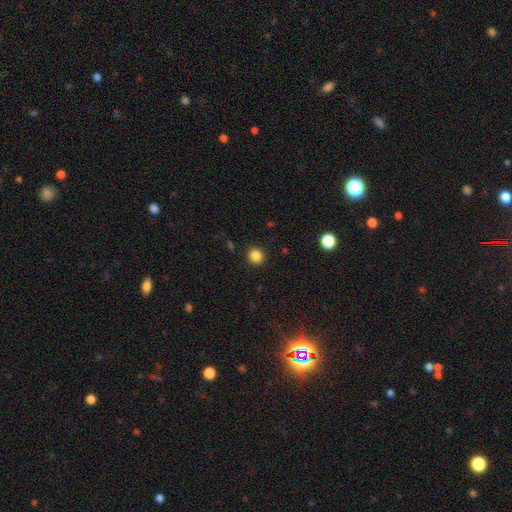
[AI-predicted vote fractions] The model was most divided on "smooth or featured": smooth: 85%, star or artifact: 11%, featured or disk: 4%. More confident: merging — none (91%); how rounded — round (88%).